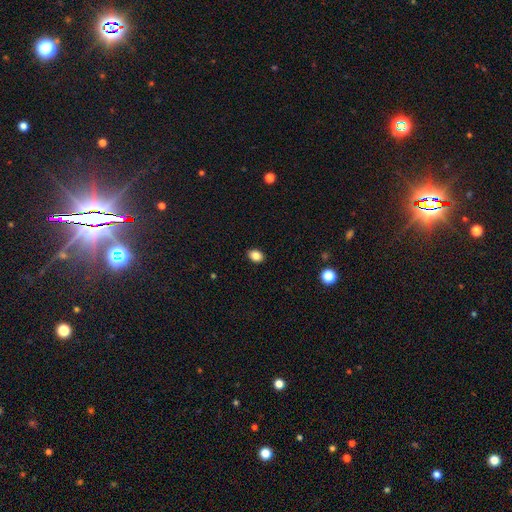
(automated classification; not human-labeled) Morphology: type=smooth (86%); roundness=in between (71%); merging=none (90%).